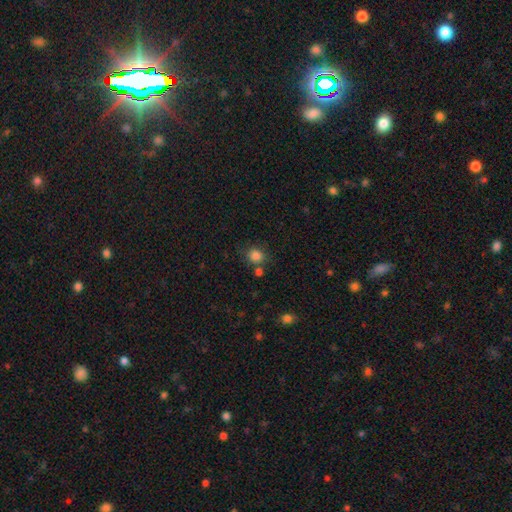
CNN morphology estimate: smooth 83%, star or artifact 12%, featured or disk 4%. Down the decision tree: how rounded — round (76%); merging — none (74%).